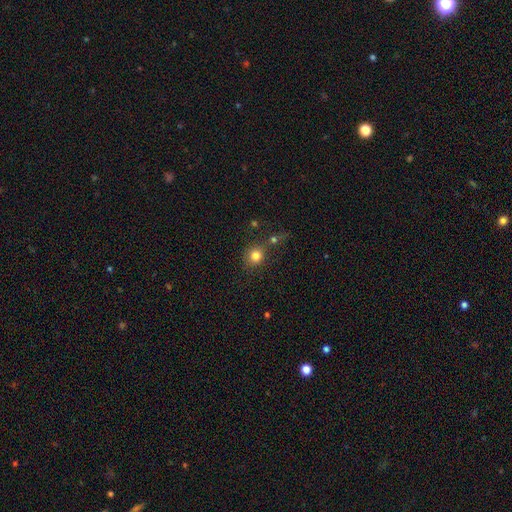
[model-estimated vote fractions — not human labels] The model was most divided on "merging": none: 68%, merger: 15%, minor disturbance: 11%, major disturbance: 5%. More confident: how rounded — round (85%); smooth or featured — smooth (81%).